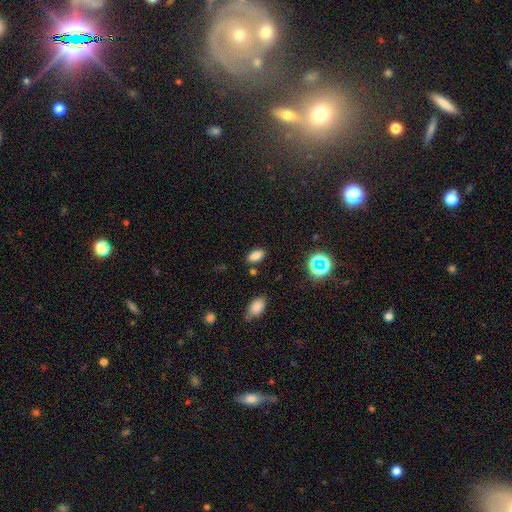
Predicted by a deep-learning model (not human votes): A smooth galaxy with no disk features (79%) that is in between round and cigar-shaped (90%). Merging: none (83%).